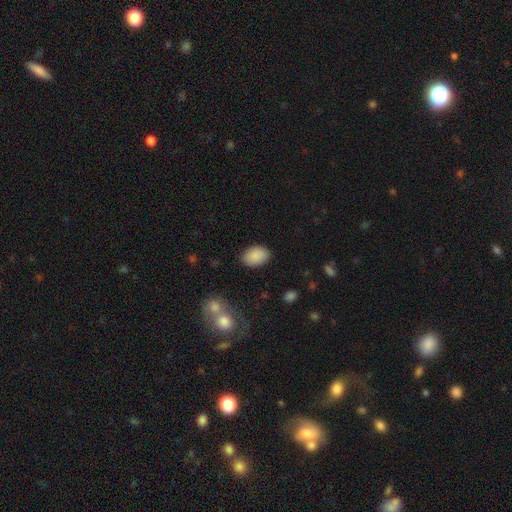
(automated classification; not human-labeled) smooth 89%, star or artifact 7%, featured or disk 4%. Down the decision tree: how rounded — in between (87%); merging — none (86%).